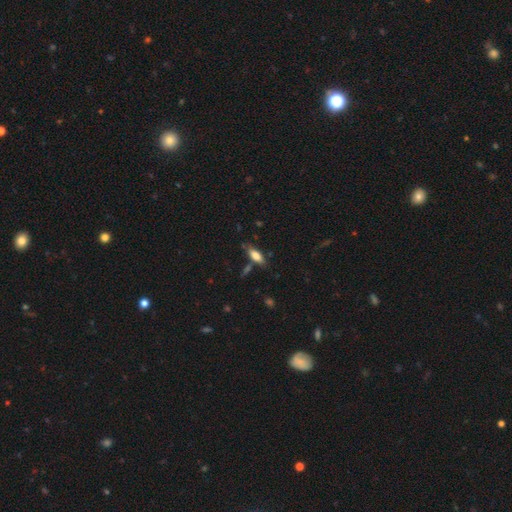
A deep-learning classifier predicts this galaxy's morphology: Smooth or featured?
  - smooth: 73% *
  - featured or disk: 19%
  - star or artifact: 8%
How rounded?
  - in between: 68% *
  - cigar-shaped: 29%
  - round: 2%
Merging?
  - none: 71% *
  - minor disturbance: 17%
  - merger: 7%
  - major disturbance: 4%